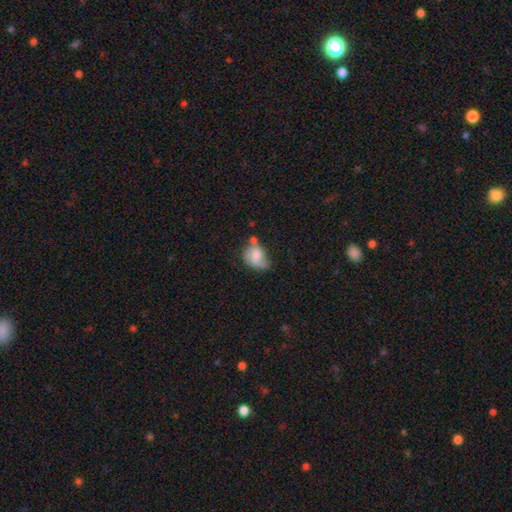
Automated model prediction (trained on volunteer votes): The model was most divided on "merging": none: 34%, minor disturbance: 33%, major disturbance: 17%, merger: 16%. More confident: how rounded — in between (63%); smooth or featured — smooth (57%).